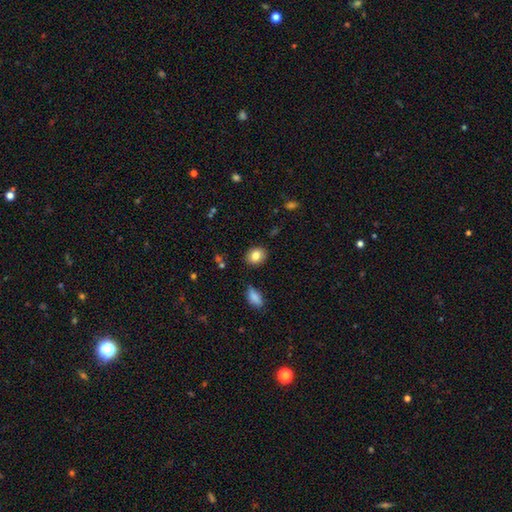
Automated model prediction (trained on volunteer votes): A smooth galaxy with no disk features (82%) that is in between round and cigar-shaped (50%).

Vote fractions:
- Smooth or featured? smooth: 82% / star or artifact: 9% / featured or disk: 9%
- How rounded? in between: 50% / round: 48% / cigar-shaped: 1%
- Merging? none: 86% / minor disturbance: 10% / major disturbance: 2% / merger: 2%